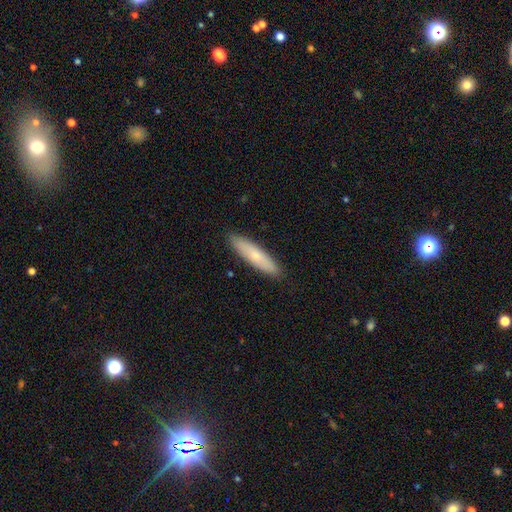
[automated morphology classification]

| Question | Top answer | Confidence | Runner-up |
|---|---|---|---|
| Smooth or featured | smooth | 65% | featured or disk (29%) |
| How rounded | cigar-shaped | 80% | in between (18%) |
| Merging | none | 90% | minor disturbance (8%) |